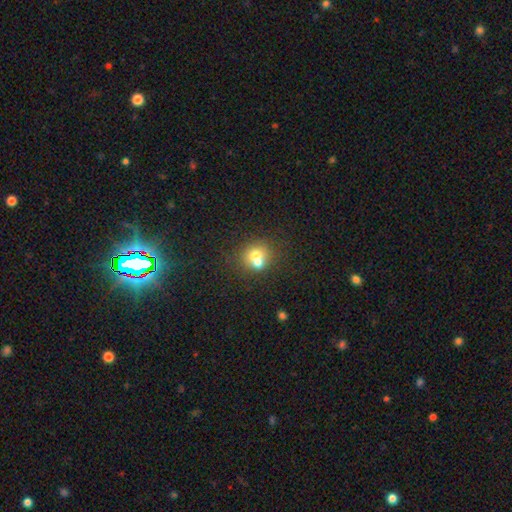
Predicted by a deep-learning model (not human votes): The model was most divided on "merging": merger: 54%, none: 37%, minor disturbance: 6%, major disturbance: 3%. More confident: how rounded — round (81%); smooth or featured — smooth (65%).